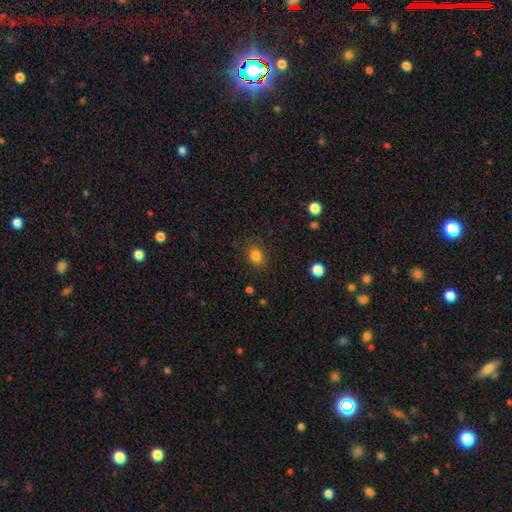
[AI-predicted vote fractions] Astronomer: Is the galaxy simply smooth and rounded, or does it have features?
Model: smooth — 83%.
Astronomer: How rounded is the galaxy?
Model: round — 64%.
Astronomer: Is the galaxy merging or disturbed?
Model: none — 84%.